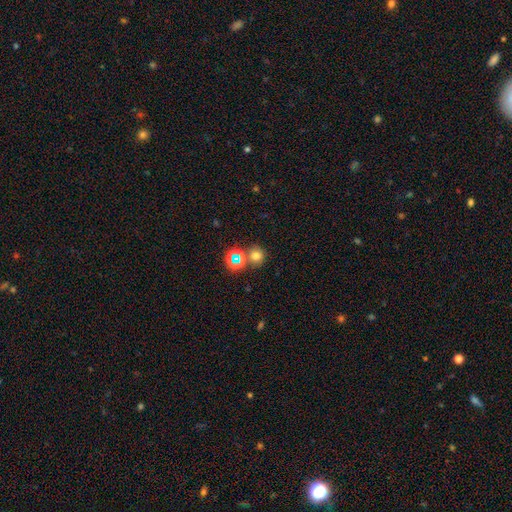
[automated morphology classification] This appears to be a smooth galaxy with no disk features (67%) that is round (87%). Merging: none (71%).